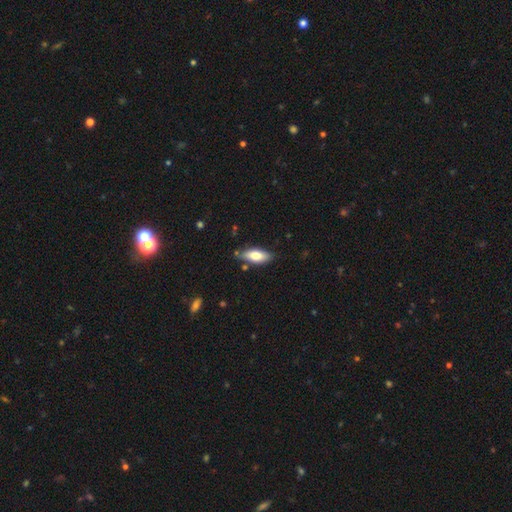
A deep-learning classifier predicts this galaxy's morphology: type=smooth (73%); roundness=in between (76%); merging=none (78%).